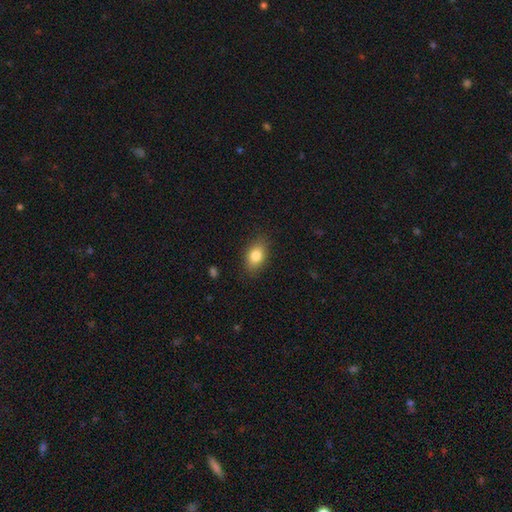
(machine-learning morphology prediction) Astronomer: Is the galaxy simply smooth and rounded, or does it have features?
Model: smooth — 83%.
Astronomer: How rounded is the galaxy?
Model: in between — 83%.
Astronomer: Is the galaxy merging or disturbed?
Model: none — 84%.